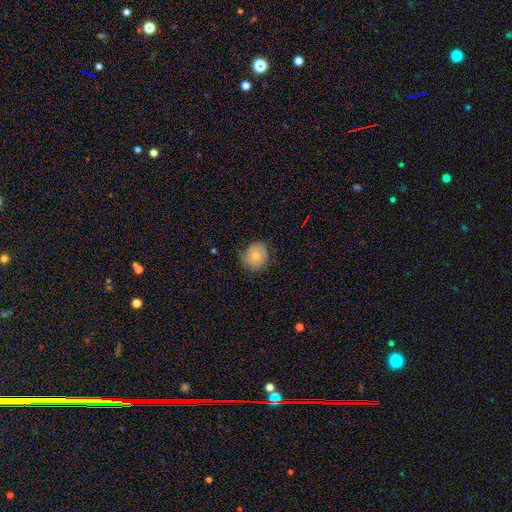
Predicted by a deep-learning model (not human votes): A smooth galaxy with no disk features (63%) that is round (83%). Merging: none (71%).